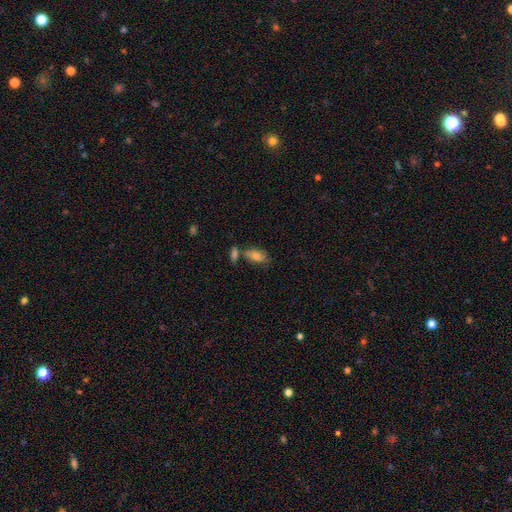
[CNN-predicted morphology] A smooth galaxy with no disk features (67%) that is in between round and cigar-shaped (88%). Merging: none (50%).